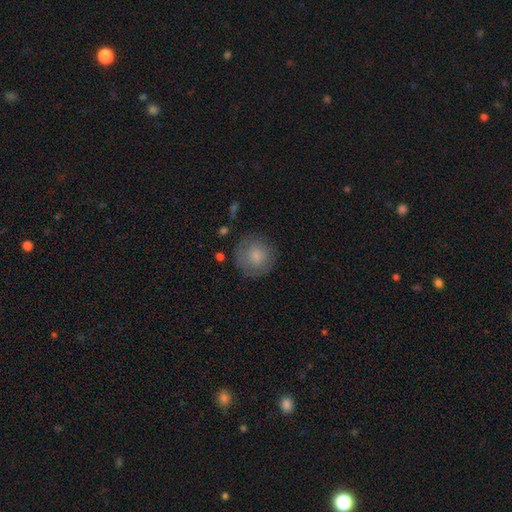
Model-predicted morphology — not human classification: smooth_or_featured: smooth (p=0.75) [alt: featured or disk p=0.17]
how_rounded: round (p=0.93) [alt: in between p=0.06]
merging: none (p=0.79) [alt: minor disturbance p=0.15]